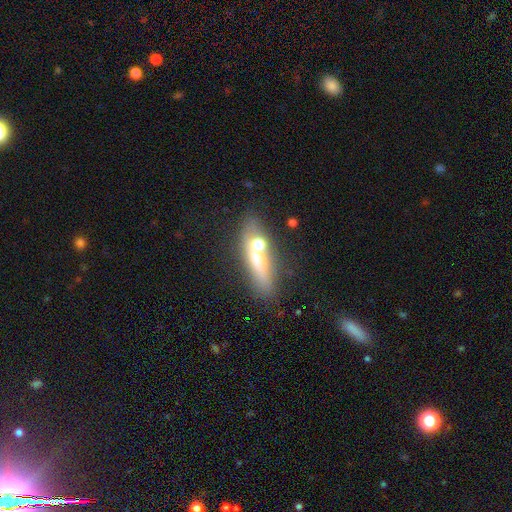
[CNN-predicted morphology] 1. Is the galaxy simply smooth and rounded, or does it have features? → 47% smooth, 42% featured or disk, 11% star or artifact.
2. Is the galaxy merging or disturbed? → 57% none, 24% merger, 13% minor disturbance, 6% major disturbance.